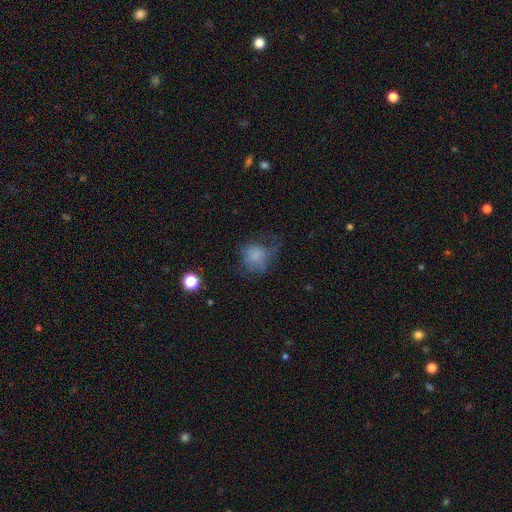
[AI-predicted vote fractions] This appears to be a smooth galaxy with no disk features (68%) that is round (69%). Merging: none (42%).